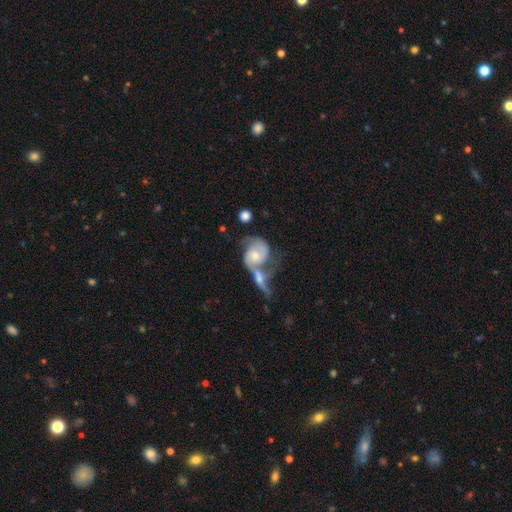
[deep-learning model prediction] Overall: featured or disk (76%). Edge-on disk: no (96%). Bar: no (64%; weak 29%). Spiral arms: yes (92%). Spiral arm count: 2 (84%). Spiral winding: medium (47%; loose 30%). Bulge size: moderate (52%; small 39%). Merging: merger (57%; none 23%).